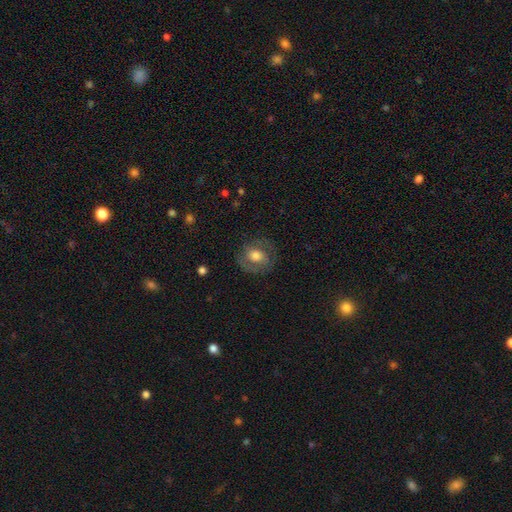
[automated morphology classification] Smooth or featured: smooth — 56% (featured or disk — 35%)
How rounded: round — 71% (in between — 28%)
Merging: none — 76% (minor disturbance — 15%)